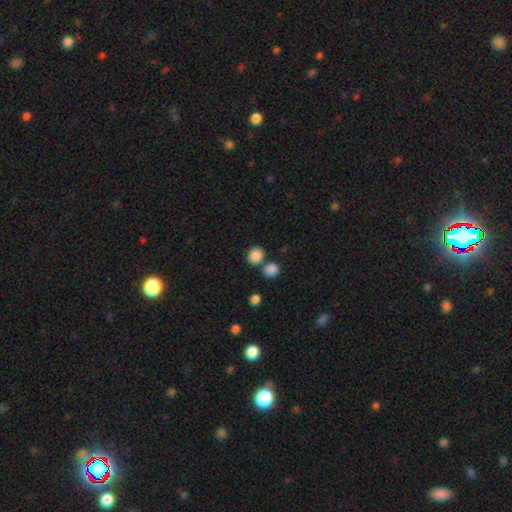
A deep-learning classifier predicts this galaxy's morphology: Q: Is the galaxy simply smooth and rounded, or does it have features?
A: smooth — 86%.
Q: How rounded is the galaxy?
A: round — 82%.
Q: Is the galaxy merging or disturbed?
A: none — 65%.